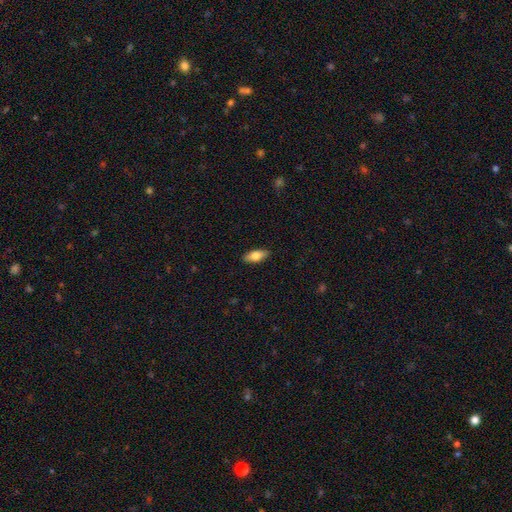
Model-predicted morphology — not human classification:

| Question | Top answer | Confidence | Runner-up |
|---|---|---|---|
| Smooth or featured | smooth | 78% | featured or disk (16%) |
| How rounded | in between | 84% | cigar-shaped (14%) |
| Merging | none | 89% | minor disturbance (8%) |